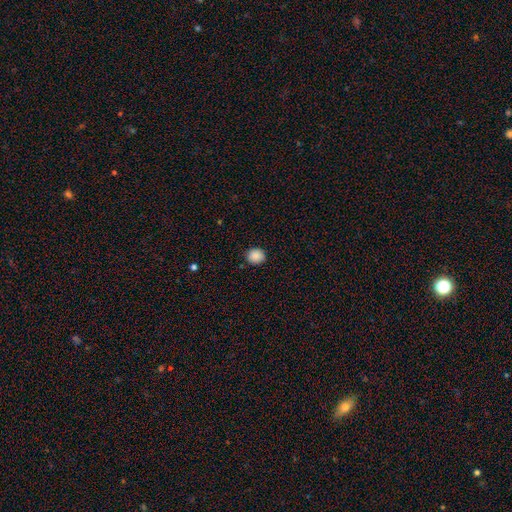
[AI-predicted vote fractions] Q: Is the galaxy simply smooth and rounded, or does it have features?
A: smooth — 88%.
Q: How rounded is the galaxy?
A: round — 79%.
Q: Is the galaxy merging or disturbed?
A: none — 89%.